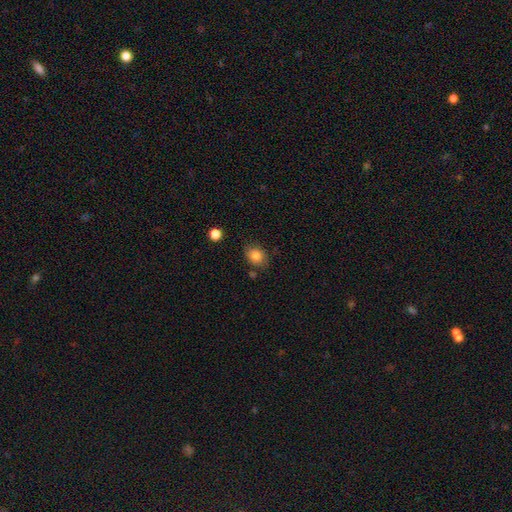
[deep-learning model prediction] The model was most divided on "how rounded": in between: 51%, round: 48%, cigar-shaped: 1%. More confident: smooth or featured — smooth (84%); merging — none (79%).